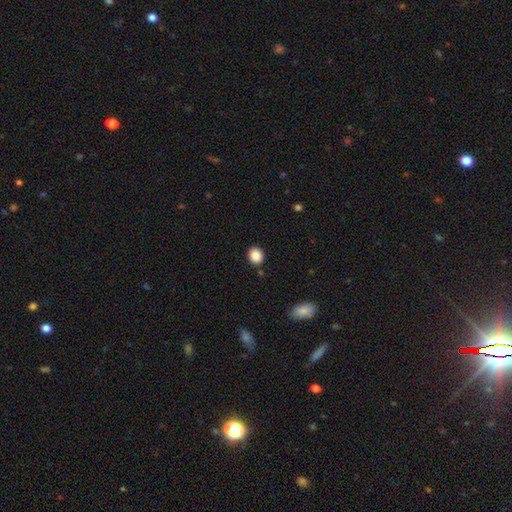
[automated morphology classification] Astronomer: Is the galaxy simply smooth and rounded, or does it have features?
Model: smooth — 88%.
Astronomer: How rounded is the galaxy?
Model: round — 66%.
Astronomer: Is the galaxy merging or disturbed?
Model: none — 88%.